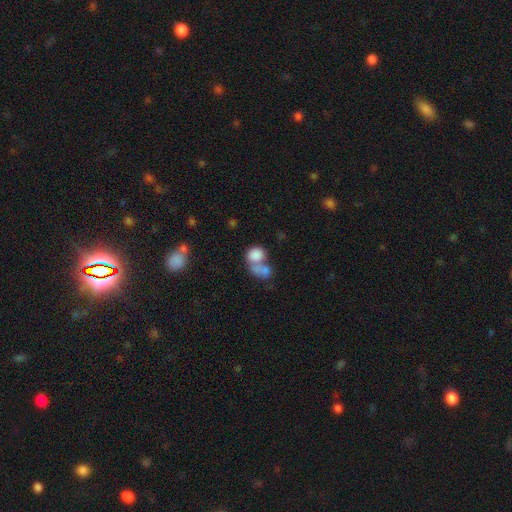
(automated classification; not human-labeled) A smooth galaxy with no disk features (79%) that is round (53%).

Vote fractions:
- Smooth or featured? smooth: 79% / featured or disk: 13% / star or artifact: 9%
- How rounded? round: 53% / in between: 46% / cigar-shaped: 2%
- Merging? merger: 63% / none: 22% / major disturbance: 8% / minor disturbance: 7%